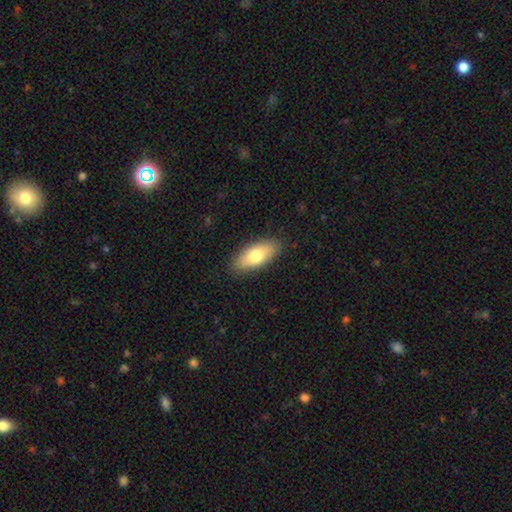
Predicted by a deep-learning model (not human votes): Morphology: type=smooth (75%); roundness=in between (84%); merging=none (87%).